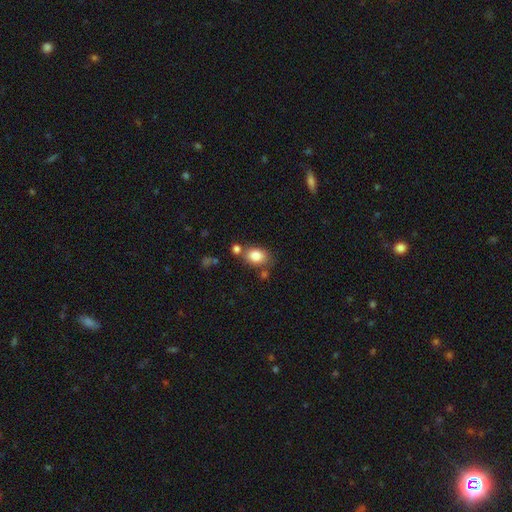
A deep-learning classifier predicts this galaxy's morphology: type=smooth (84%); roundness=in between (72%); merging=none (65%).